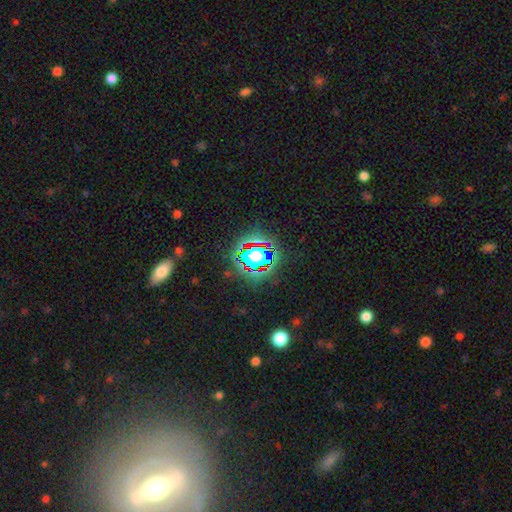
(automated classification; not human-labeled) smooth_or_featured: star or artifact (p=0.60) [alt: smooth p=0.27]